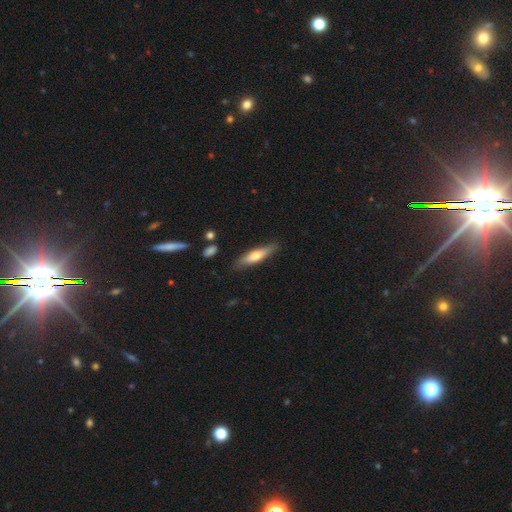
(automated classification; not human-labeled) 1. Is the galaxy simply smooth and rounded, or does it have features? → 56% smooth, 38% featured or disk, 6% star or artifact.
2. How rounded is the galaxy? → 74% cigar-shaped, 24% in between, 2% round.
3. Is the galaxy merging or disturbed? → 84% none, 12% minor disturbance, 2% major disturbance, 2% merger.